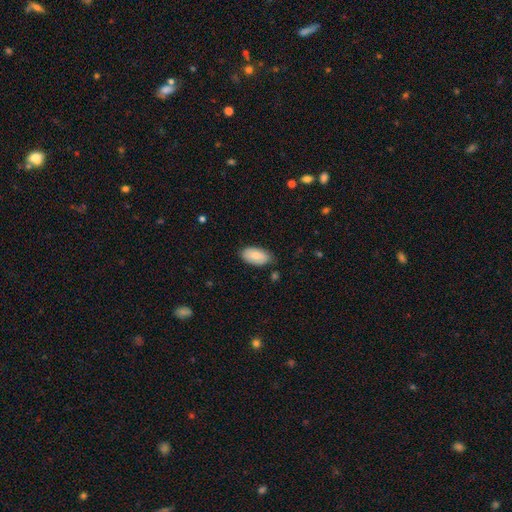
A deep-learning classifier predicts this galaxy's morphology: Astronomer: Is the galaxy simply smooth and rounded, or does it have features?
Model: smooth — 82%.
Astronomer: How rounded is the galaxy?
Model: in between — 95%.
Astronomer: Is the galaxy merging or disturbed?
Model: none — 78%.